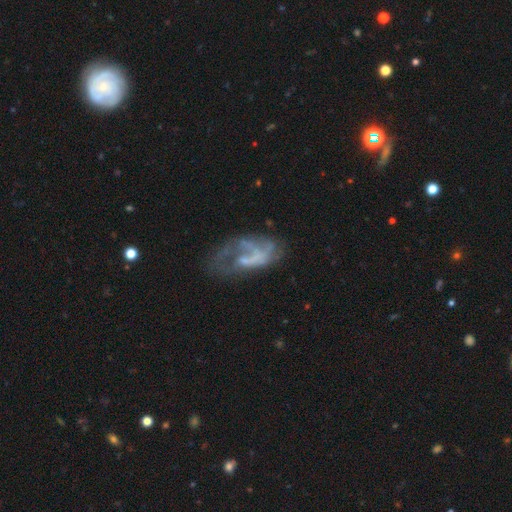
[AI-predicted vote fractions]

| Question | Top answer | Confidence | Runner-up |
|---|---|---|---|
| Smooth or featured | featured or disk | 66% | smooth (25%) |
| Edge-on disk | no | 96% | yes (4%) |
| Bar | no | 71% | weak (23%) |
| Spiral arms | no | 50% | tied: yes (50%) |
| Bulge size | none | 65% | small (19%) |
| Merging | major disturbance | 40% | none (33%) |